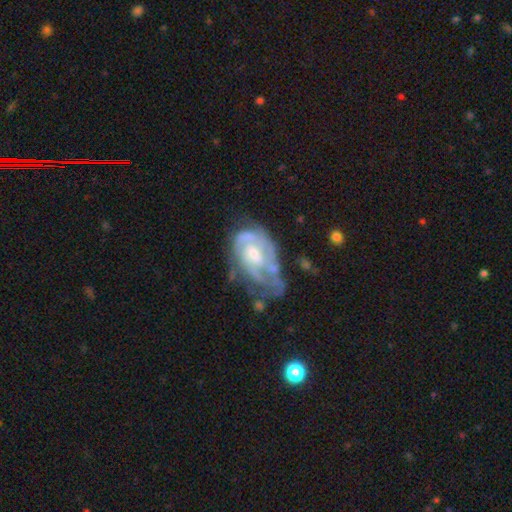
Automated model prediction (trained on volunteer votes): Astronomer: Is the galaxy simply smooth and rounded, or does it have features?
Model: featured or disk — 82%.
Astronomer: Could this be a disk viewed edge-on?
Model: no — 97%.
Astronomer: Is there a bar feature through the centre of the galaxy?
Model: no — 63%.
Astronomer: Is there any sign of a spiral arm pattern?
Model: yes — 87%.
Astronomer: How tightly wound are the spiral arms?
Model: tight — 57% (runner-up: medium, 33%).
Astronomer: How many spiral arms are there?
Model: can't tell — 37% (runner-up: 2, 35%).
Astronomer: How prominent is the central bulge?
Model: moderate — 50% (runner-up: small, 41%).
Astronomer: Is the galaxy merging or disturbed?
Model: none — 38% (runner-up: minor disturbance, 30%).